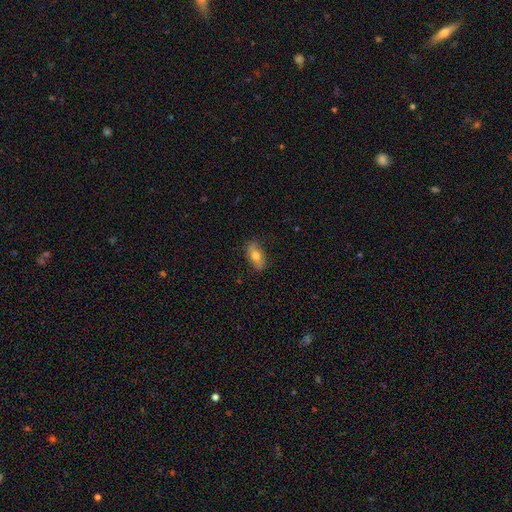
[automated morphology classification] Smooth or featured? smooth (66%)
How rounded? in between (86%)
Merging? none (83%)